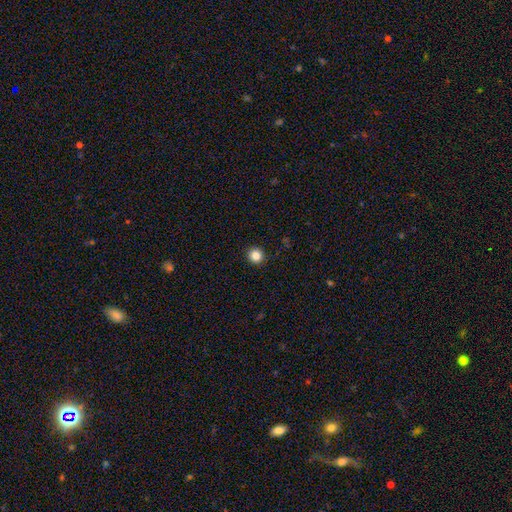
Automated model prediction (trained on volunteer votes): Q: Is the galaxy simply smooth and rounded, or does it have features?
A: smooth — 84%.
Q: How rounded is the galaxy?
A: round — 94%.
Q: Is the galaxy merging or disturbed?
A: none — 93%.